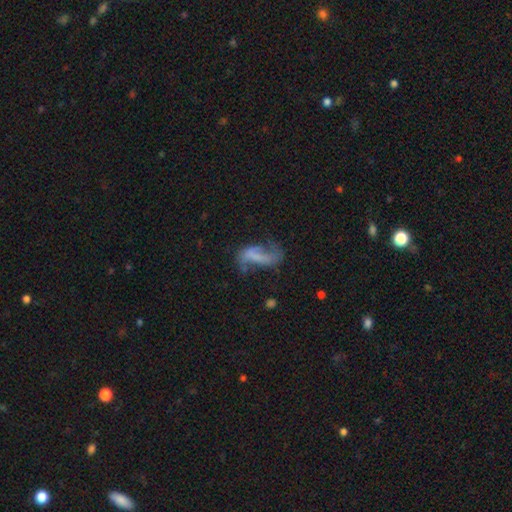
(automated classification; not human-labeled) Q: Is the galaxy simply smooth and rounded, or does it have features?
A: featured or disk — 63%.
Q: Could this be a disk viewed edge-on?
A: no — 95%.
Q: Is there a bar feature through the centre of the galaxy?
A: no — 35%.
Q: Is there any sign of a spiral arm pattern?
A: yes — 75%.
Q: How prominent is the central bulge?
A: none — 68%.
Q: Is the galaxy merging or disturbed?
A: none — 42%.